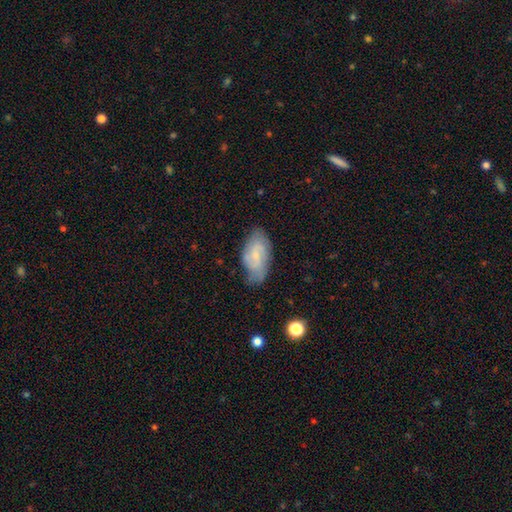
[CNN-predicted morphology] This is possibly a featured or disk galaxy (54%). It is clearly not viewed edge-on (94%). Bar: possibly weak (46%). Spiral arm pattern: clearly yes (83%). Central bulge: likely small (69%). Merging: likely none (67%).